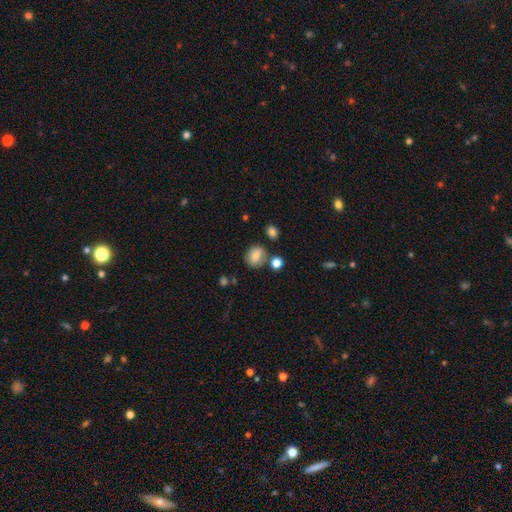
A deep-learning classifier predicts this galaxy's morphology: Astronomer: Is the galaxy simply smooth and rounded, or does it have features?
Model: smooth — 77%.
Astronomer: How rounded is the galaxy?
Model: round — 66%.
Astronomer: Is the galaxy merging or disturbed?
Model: none — 69%.